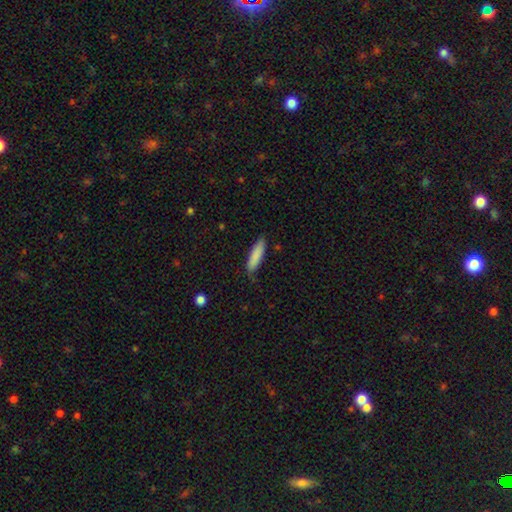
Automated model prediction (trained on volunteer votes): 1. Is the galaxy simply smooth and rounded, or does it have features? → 86% smooth, 8% featured or disk, 6% star or artifact.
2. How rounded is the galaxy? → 71% cigar-shaped, 28% in between, 1% round.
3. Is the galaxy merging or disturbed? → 81% none, 15% minor disturbance, 2% major disturbance, 1% merger.